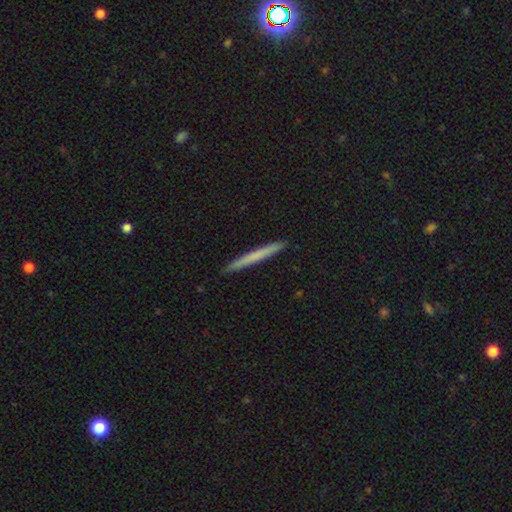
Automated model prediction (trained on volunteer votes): This appears to be a smooth galaxy with no disk features (64%) that is cigar-shaped (97%). Merging: none (93%).